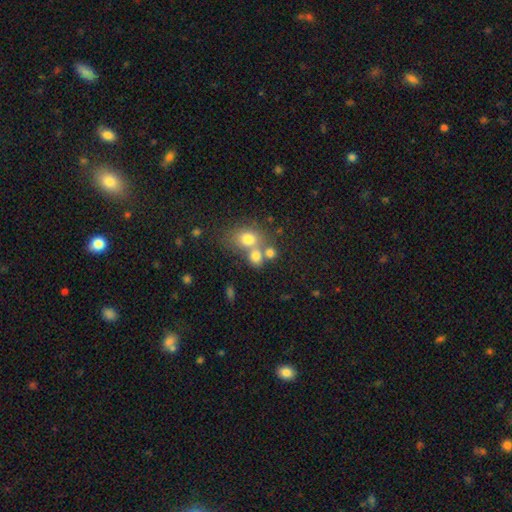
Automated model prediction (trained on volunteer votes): This appears to be a smooth galaxy with no disk features (72%) that is round (58%). Merging: merger (47%).